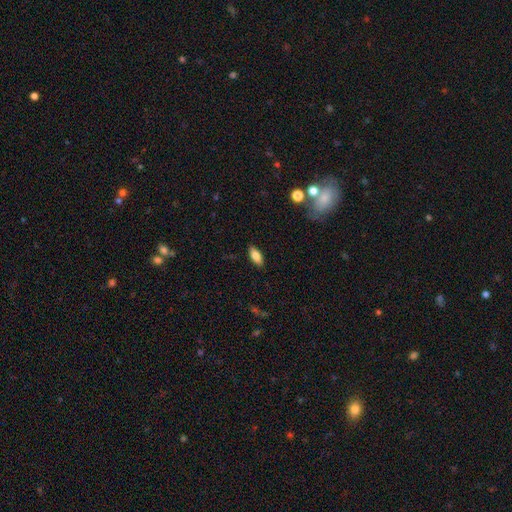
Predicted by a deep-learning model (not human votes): This appears to be a smooth galaxy with no disk features (80%) that is in between round and cigar-shaped (86%). Merging: none (88%).